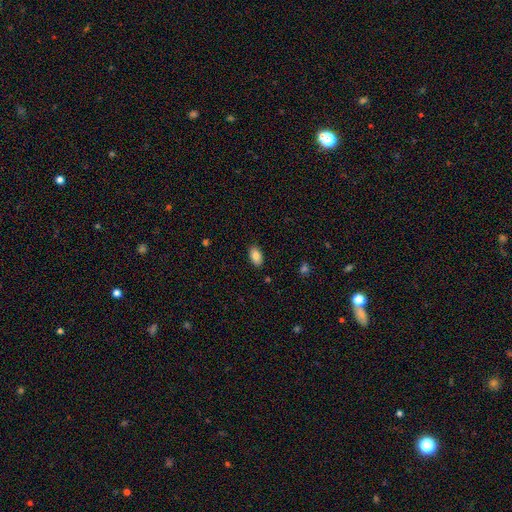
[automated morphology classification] A smooth galaxy with no disk features (83%) that is in between round and cigar-shaped (93%). Merging: none (88%).